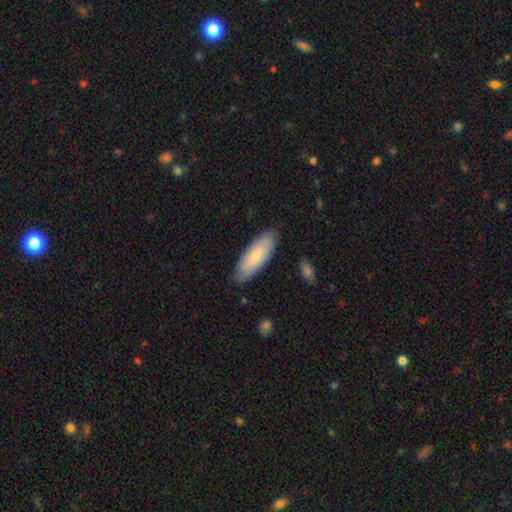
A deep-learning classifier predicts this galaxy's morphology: Smooth or featured?
  - smooth: 70% *
  - featured or disk: 24%
  - star or artifact: 6%
How rounded?
  - in between: 67% *
  - cigar-shaped: 32%
  - round: 2%
Merging?
  - none: 85% *
  - minor disturbance: 12%
  - major disturbance: 2%
  - merger: 1%